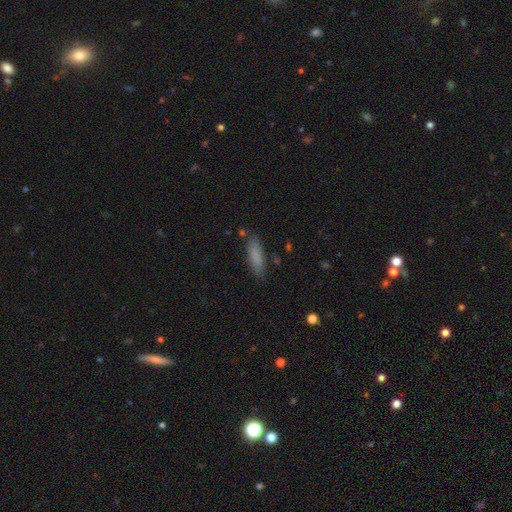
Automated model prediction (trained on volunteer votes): smooth-or-featured: smooth: 83% | featured or disk: 9% | star or artifact: 7%
  how-rounded: cigar-shaped: 50% | in between: 48% | round: 2%
  merging: none: 80% | minor disturbance: 14% | major disturbance: 3% | merger: 3%